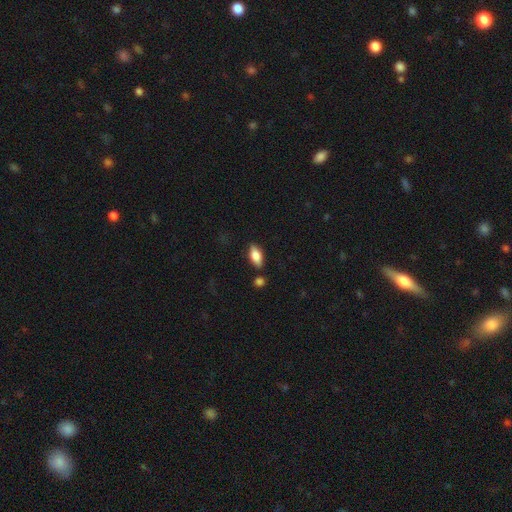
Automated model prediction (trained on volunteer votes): Q: Smooth or featured?
A: smooth (78%); runner-up: featured or disk (16%)
Q: How rounded?
A: in between (85%); runner-up: cigar-shaped (12%)
Q: Merging?
A: none (81%); runner-up: minor disturbance (12%)